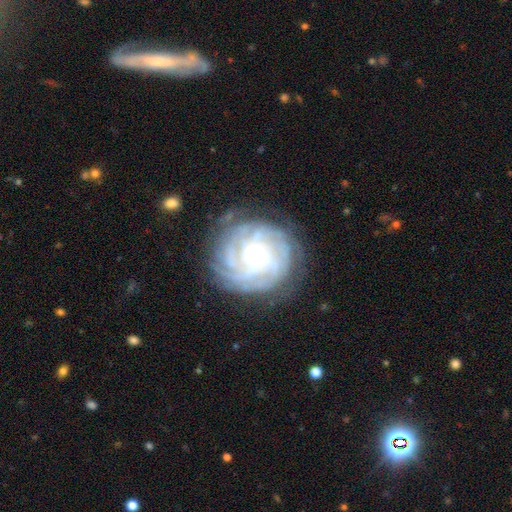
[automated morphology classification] A featured or disk galaxy (85%) with no bar (72%), 4 (28%) tight (76%) spiral arms (96%) and a small central bulge (78%).

Vote fractions:
- Smooth or featured? featured or disk: 85% / smooth: 9% / star or artifact: 6%
- Edge-on disk? no: 98% / yes: 2%
- Bar? no: 72% / weak: 22% / strong: 6%
- Spiral arms? yes: 96% / no: 4%
- Spiral winding? tight: 76% / medium: 20% / loose: 4%
- Spiral arm count? 4: 28% / can't tell: 25% / more than 4: 21% / 3: 12% / 2: 8% / 1: 6%
- Bulge size? small: 78% / moderate: 15% / none: 3% / large: 2% / dominant: 1%
- Merging? none: 76% / minor disturbance: 15% / major disturbance: 7% / merger: 2%